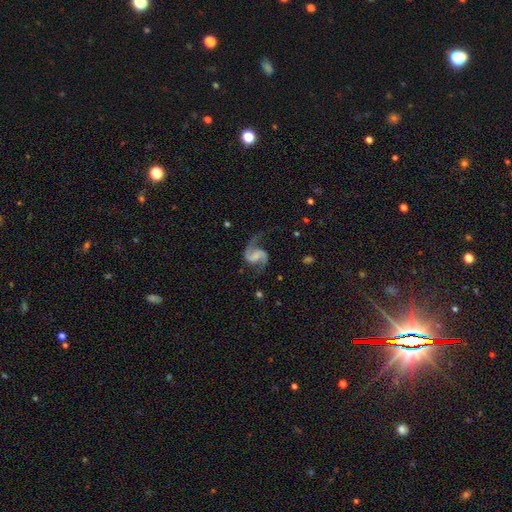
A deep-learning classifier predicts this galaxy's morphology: This is clearly a featured or disk galaxy (91%). It is clearly not viewed edge-on (98%). Bar: marginally weak (45%). Spiral arm pattern: clearly yes (98%). Spiral arm count: clearly 2 (93%). Spiral winding: possibly loose (47%). Central bulge: marginally none (44%). Merging: likely none (73%).